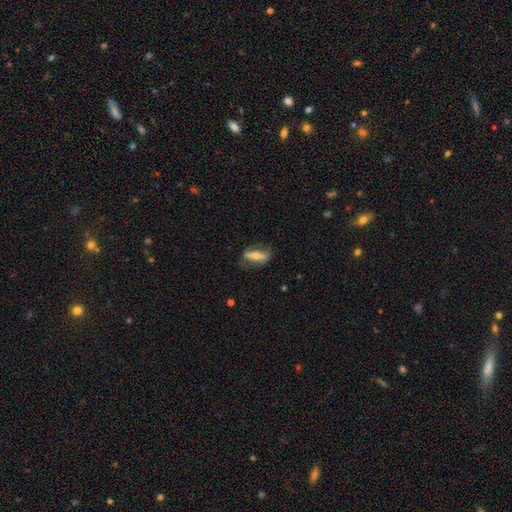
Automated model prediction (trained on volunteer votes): Morphology: type=featured or disk (51%); edge-on=no (55%); merging=none (68%).